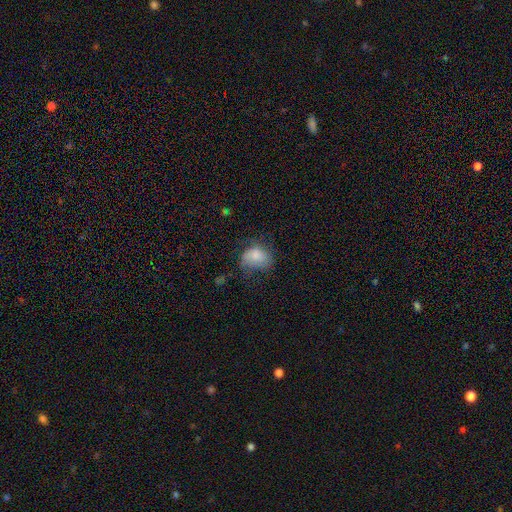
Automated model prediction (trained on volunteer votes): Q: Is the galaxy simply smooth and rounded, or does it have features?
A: smooth — 72%.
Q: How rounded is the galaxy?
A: in between — 63%.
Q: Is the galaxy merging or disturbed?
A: none — 38%.